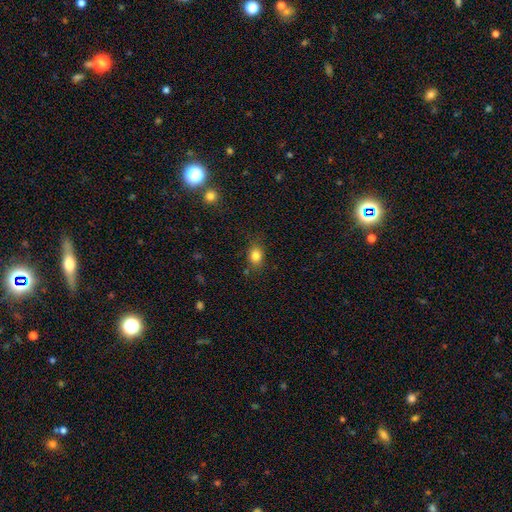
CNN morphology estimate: A smooth galaxy with no disk features (82%) that is in between round and cigar-shaped (51%).

Vote fractions:
- Smooth or featured? smooth: 82% / star or artifact: 11% / featured or disk: 6%
- How rounded? in between: 51% / round: 48% / cigar-shaped: 1%
- Merging? none: 79% / minor disturbance: 15% / major disturbance: 4% / merger: 2%